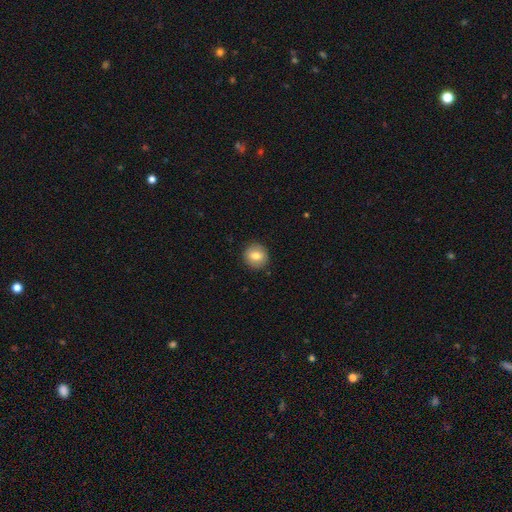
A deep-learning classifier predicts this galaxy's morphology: The model was most divided on "smooth or featured": smooth: 74%, featured or disk: 17%, star or artifact: 9%. More confident: merging — none (89%); how rounded — round (89%).